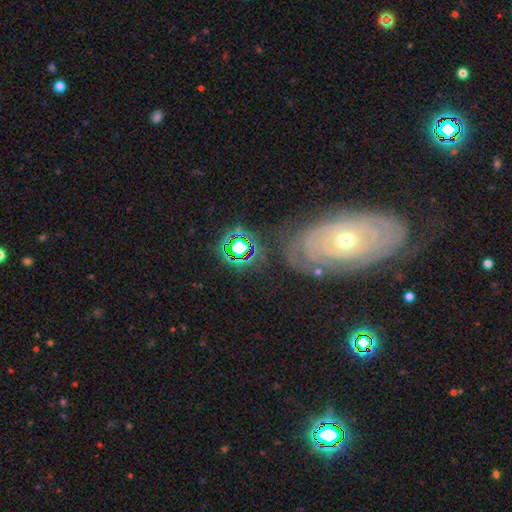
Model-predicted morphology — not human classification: This is possibly a featured or disk galaxy (58%). It is clearly not viewed edge-on (91%). Bar: likely no (71%). Spiral arm pattern: likely yes (78%). Central bulge: possibly moderate (60%). Merging: likely none (74%).